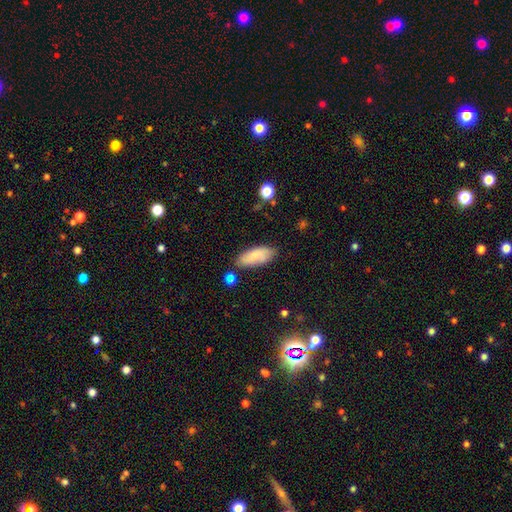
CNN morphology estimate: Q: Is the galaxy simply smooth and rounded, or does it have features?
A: smooth — 83%.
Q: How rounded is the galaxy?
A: in between — 80%.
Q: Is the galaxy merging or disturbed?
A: none — 75%.